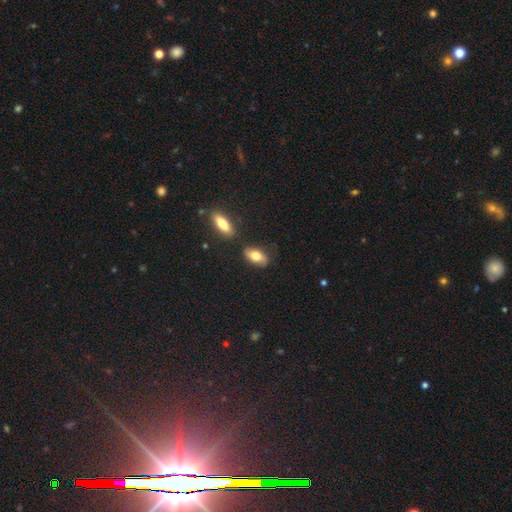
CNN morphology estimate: smooth-or-featured: smooth: 75% | featured or disk: 19% | star or artifact: 7%
  how-rounded: in between: 88% | cigar-shaped: 8% | round: 4%
  merging: none: 75% | minor disturbance: 15% | merger: 6% | major disturbance: 4%